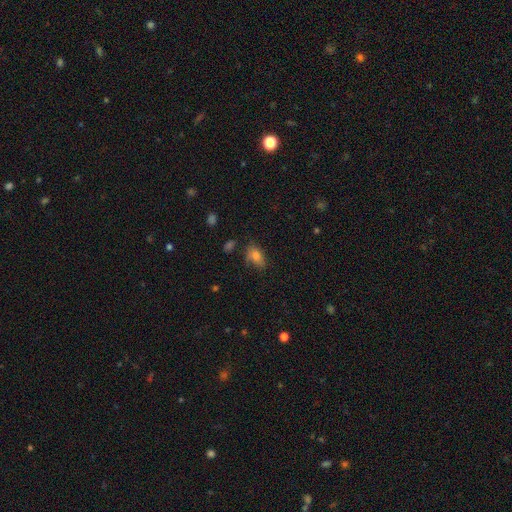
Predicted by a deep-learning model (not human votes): smooth 75%, featured or disk 14%, star or artifact 10%. Down the decision tree: how rounded — in between (86%); merging — none (58%).